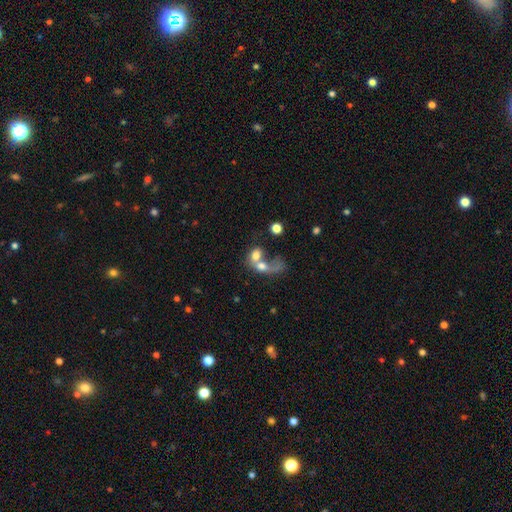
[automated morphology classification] This appears to be a smooth galaxy with no disk features (61%) that is in between round and cigar-shaped (57%). Merging: merger (69%).